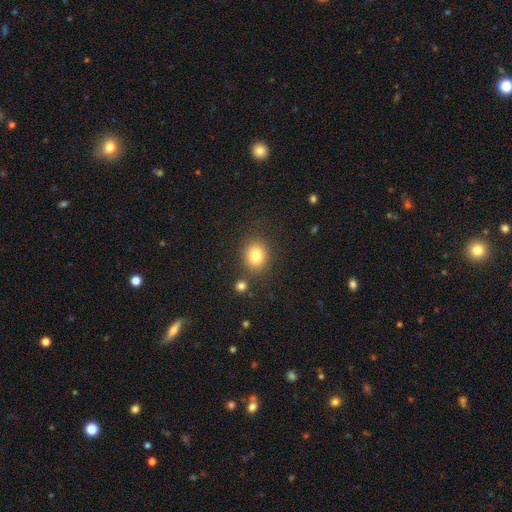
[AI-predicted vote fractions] Smooth or featured? Predicted: smooth (p=0.80). How rounded? Predicted: round (p=0.76). Merging? Predicted: none (p=0.80).